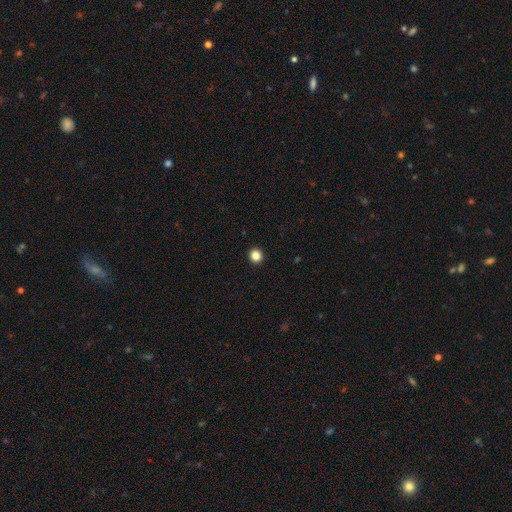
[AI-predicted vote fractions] A smooth galaxy with no disk features (85%) that is round (93%).

Vote fractions:
- Smooth or featured? smooth: 85% / star or artifact: 11% / featured or disk: 3%
- How rounded? round: 93% / in between: 6% / cigar-shaped: 1%
- Merging? none: 94% / minor disturbance: 4% / major disturbance: 1% / merger: 1%